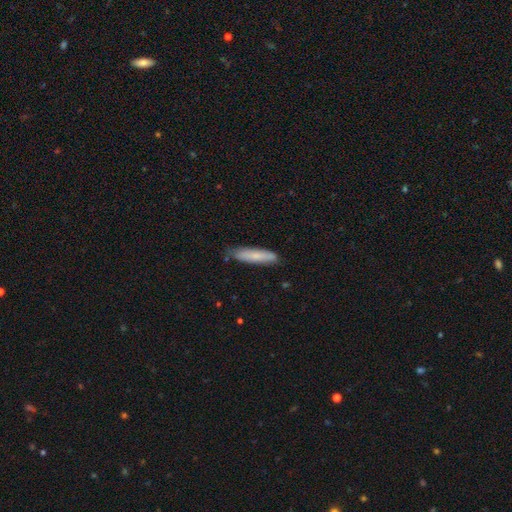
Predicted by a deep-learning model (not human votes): Smooth or featured? smooth (75%)
How rounded? cigar-shaped (82%)
Merging? none (77%)